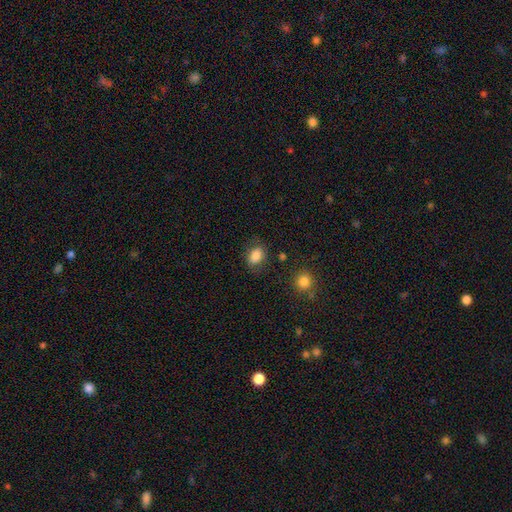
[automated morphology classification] smooth_or_featured: smooth (p=0.85) [alt: star or artifact p=0.09]
how_rounded: in between (p=0.73) [alt: round p=0.26]
merging: none (p=0.77) [alt: minor disturbance p=0.15]